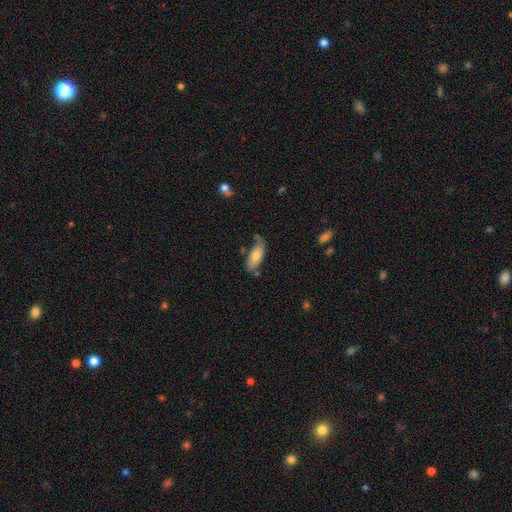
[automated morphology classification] Smooth or featured?
  - smooth: 69% *
  - featured or disk: 24%
  - star or artifact: 7%
How rounded?
  - in between: 73% *
  - cigar-shaped: 25%
  - round: 2%
Merging?
  - none: 57% *
  - minor disturbance: 28%
  - major disturbance: 10%
  - merger: 6%